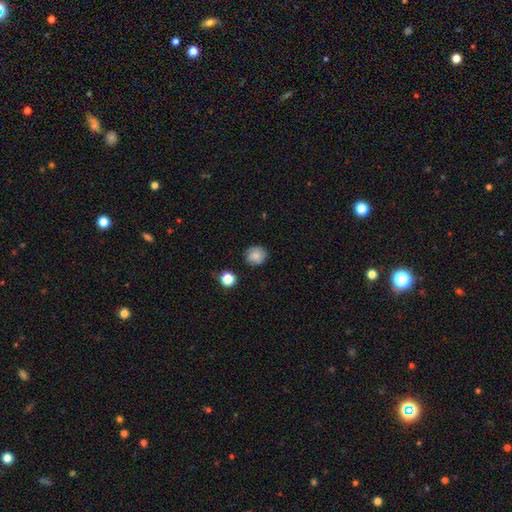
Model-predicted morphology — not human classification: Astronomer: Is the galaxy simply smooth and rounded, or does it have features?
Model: smooth — 76%.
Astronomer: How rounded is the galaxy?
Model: round — 83%.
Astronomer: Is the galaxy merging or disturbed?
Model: none — 82%.